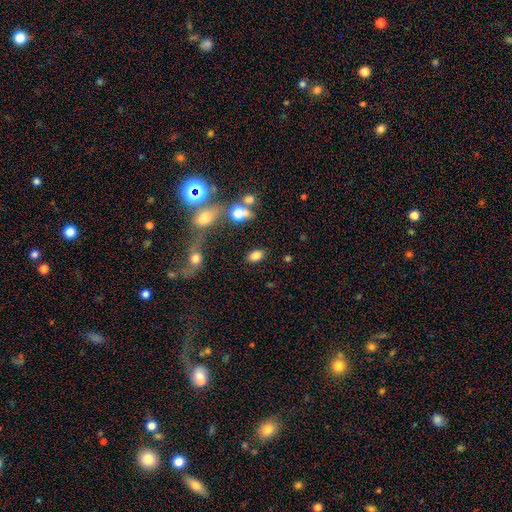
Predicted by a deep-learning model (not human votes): smooth-or-featured: smooth: 81% | star or artifact: 12% | featured or disk: 8%
  how-rounded: in between: 86% | round: 12% | cigar-shaped: 2%
  merging: none: 80% | minor disturbance: 10% | merger: 6% | major disturbance: 4%